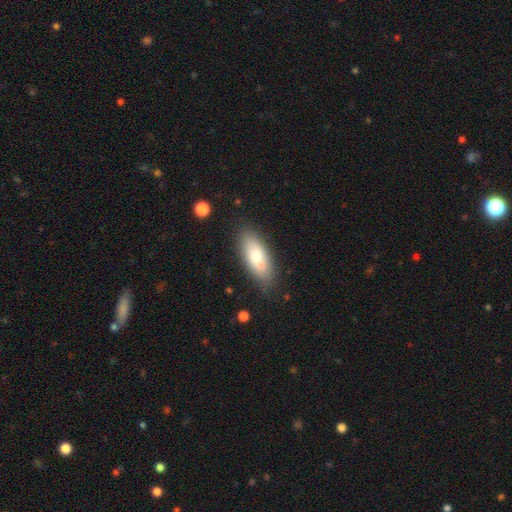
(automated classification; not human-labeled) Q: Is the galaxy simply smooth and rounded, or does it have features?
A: smooth — 76%.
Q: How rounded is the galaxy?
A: in between — 79%.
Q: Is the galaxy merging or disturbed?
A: none — 74%.